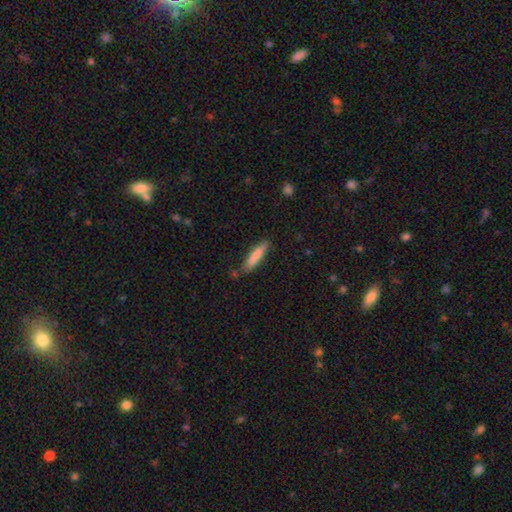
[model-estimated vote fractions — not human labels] Smooth or featured? Predicted: smooth (p=0.83). How rounded? Predicted: cigar-shaped (p=0.82). Merging? Predicted: none (p=0.78).